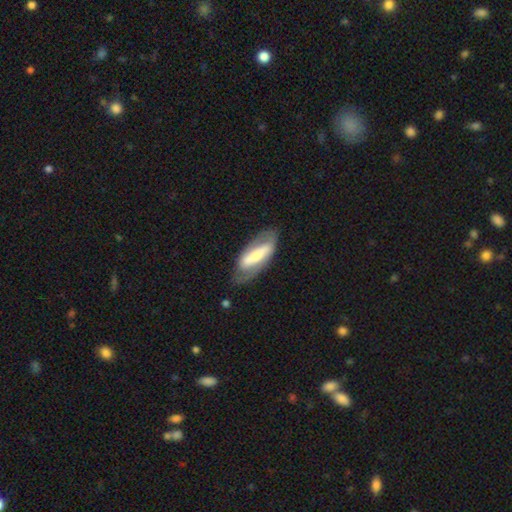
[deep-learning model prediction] smooth_or_featured: featured or disk (p=0.63) [alt: smooth p=0.31]
disk_edge_on: no (p=0.83) [alt: yes p=0.17]
bar: strong (p=0.68) [alt: weak p=0.18]
has_spiral_arms: yes (p=0.65) [alt: no p=0.35]
bulge_size: moderate (p=0.37) [alt: small p=0.36]
merging: none (p=0.67) [alt: minor disturbance p=0.20]